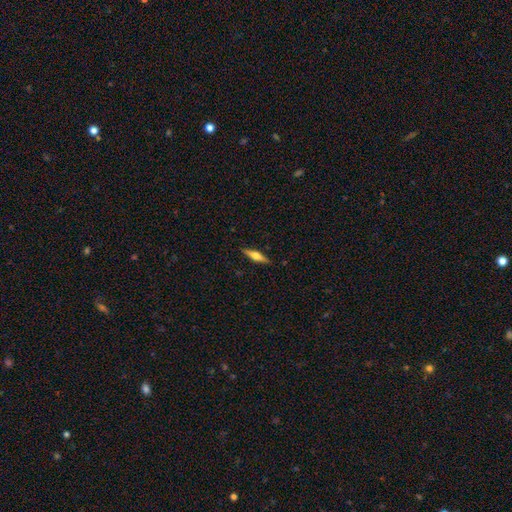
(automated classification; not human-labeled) A featured or disk galaxy (52%) viewed edge-on (95%). Merging: none (88%).